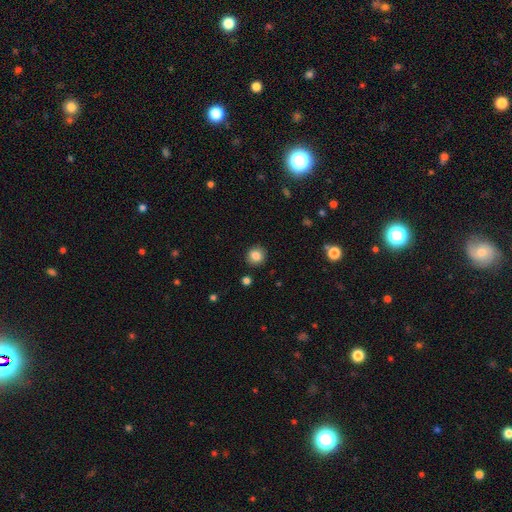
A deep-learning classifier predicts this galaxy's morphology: smooth_or_featured: smooth (p=0.84) [alt: star or artifact p=0.10]
how_rounded: round (p=0.89) [alt: in between p=0.10]
merging: none (p=0.91) [alt: minor disturbance p=0.06]